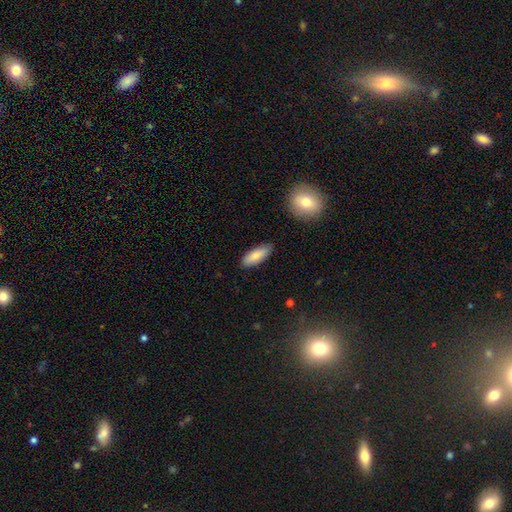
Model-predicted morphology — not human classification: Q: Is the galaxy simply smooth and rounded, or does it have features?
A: smooth — 82%.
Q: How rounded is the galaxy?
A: in between — 70%.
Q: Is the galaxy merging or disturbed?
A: none — 84%.